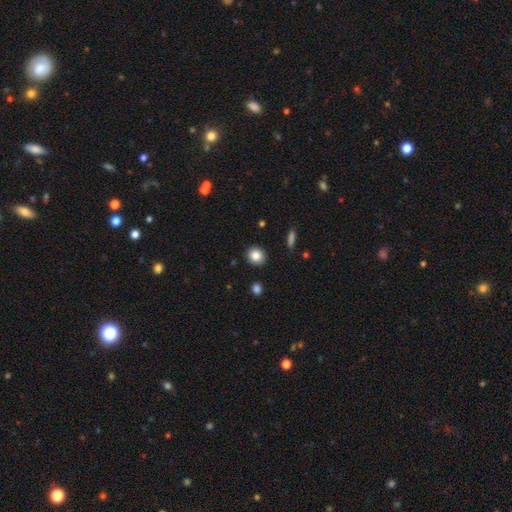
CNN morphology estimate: This is clearly a smooth galaxy (85%). How rounded: clearly round (84%). Merging: clearly none (91%).